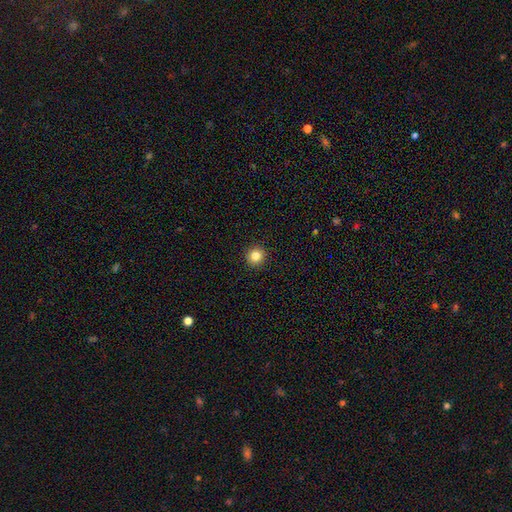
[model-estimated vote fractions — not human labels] smooth_or_featured: smooth (p=0.84) [alt: star or artifact p=0.11]
how_rounded: round (p=0.95) [alt: in between p=0.04]
merging: none (p=0.93) [alt: minor disturbance p=0.04]